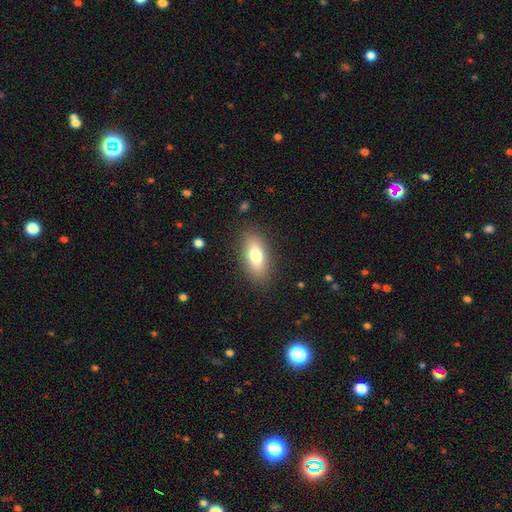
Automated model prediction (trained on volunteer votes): The model was most divided on "smooth or featured": smooth: 75%, featured or disk: 18%, star or artifact: 8%. More confident: merging — none (86%); how rounded — in between (82%).